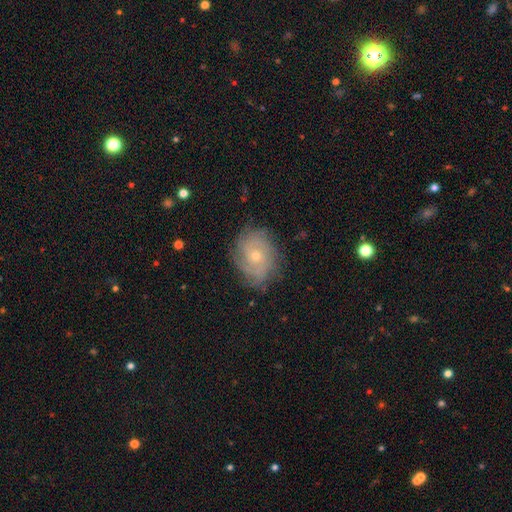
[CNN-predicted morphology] A featured or disk galaxy (72%) with no bar (79%), tight (64%) spiral arms (90%) and a small central bulge (53%).

Vote fractions:
- Smooth or featured? featured or disk: 72% / smooth: 18% / star or artifact: 9%
- Edge-on disk? no: 96% / yes: 4%
- Bar? no: 79% / weak: 18% / strong: 3%
- Spiral arms? yes: 90% / no: 10%
- Spiral winding? tight: 64% / medium: 27% / loose: 9%
- Spiral arm count? can't tell: 46% / 2: 16% / 3: 16% / 4: 11% / more than 4: 6% / 1: 6%
- Bulge size? small: 53% / moderate: 43% / large: 1% / none: 1% / dominant: 1%
- Merging? none: 77% / minor disturbance: 16% / major disturbance: 5% / merger: 1%